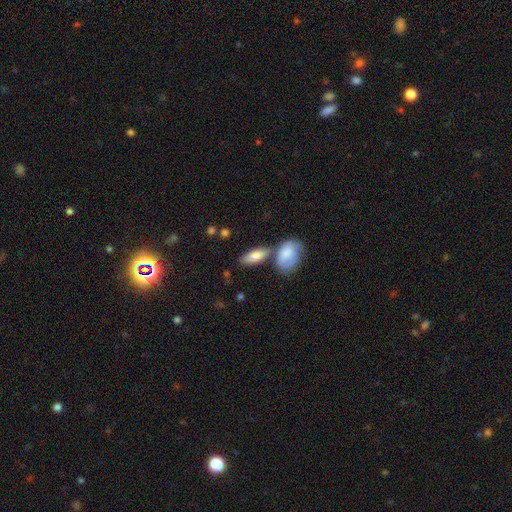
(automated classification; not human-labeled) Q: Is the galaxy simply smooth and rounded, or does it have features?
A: smooth — 79%.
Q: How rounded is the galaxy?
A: in between — 78%.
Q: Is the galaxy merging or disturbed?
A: none — 52%.